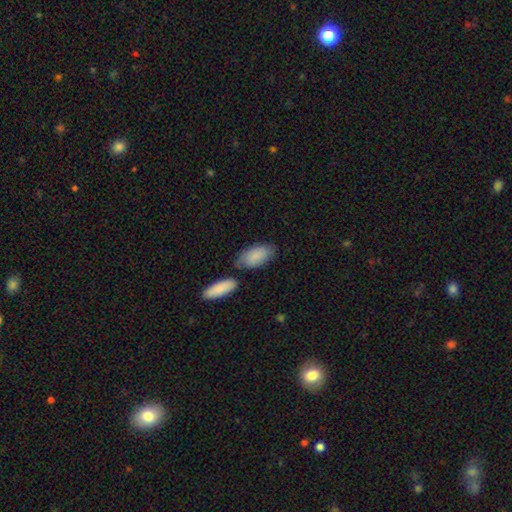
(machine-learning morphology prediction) Smooth or featured?
  - smooth: 87% *
  - featured or disk: 8%
  - star or artifact: 5%
How rounded?
  - in between: 92% *
  - cigar-shaped: 5%
  - round: 3%
Merging?
  - none: 60% *
  - minor disturbance: 18%
  - merger: 17%
  - major disturbance: 5%